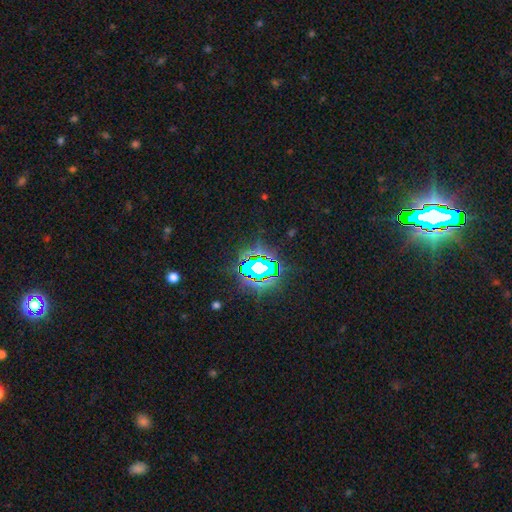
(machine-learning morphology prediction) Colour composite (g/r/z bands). It shows a star or artifact, not a galaxy (76%).